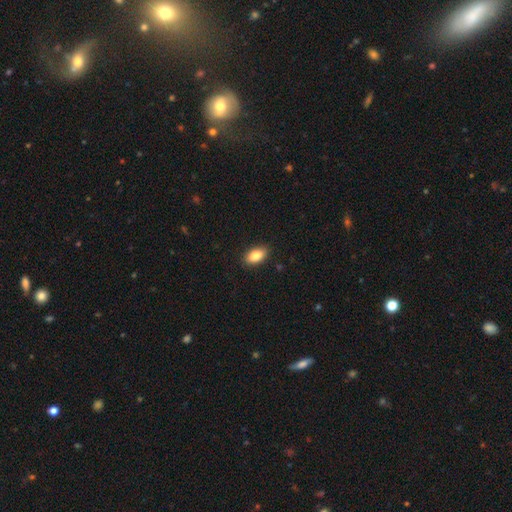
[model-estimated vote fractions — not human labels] The model was most divided on "merging": none: 88%, minor disturbance: 9%, major disturbance: 2%, merger: 1%. More confident: how rounded — in between (91%); smooth or featured — smooth (86%).